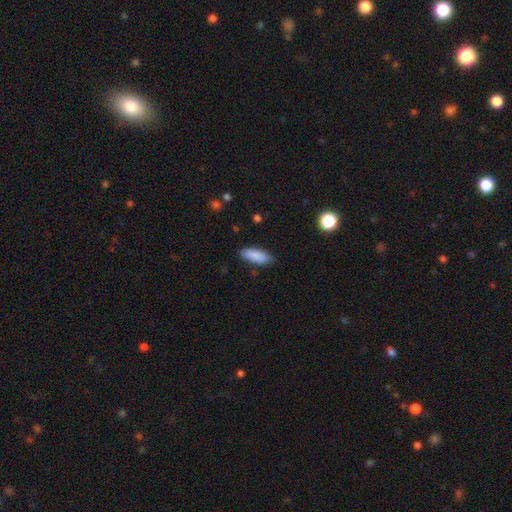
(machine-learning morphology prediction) type=smooth (88%); roundness=in between (73%); merging=none (84%).